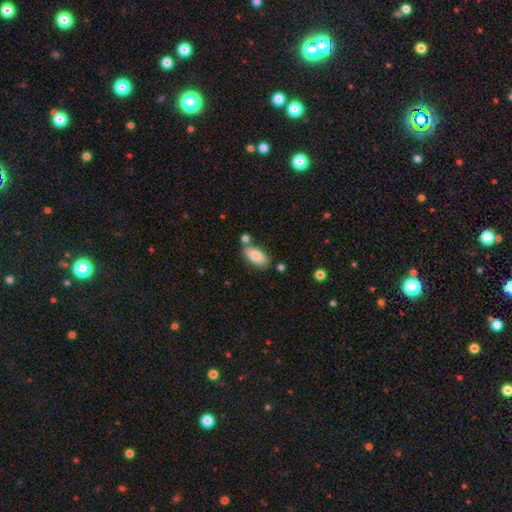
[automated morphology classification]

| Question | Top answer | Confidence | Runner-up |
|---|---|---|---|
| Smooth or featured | smooth | 79% | featured or disk (14%) |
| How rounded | in between | 90% | cigar-shaped (7%) |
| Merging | none | 72% | minor disturbance (14%) |